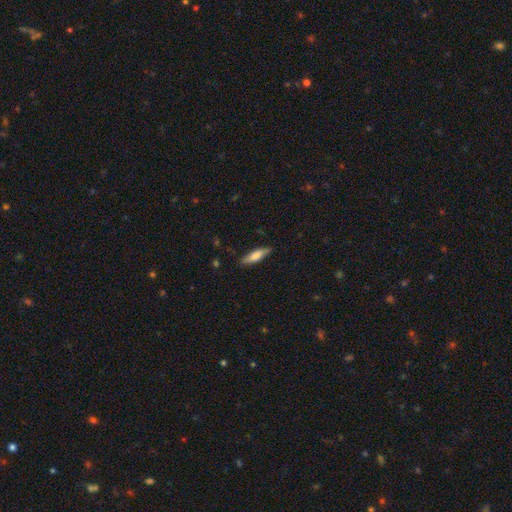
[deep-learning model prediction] Q: Smooth or featured?
A: smooth (70%); runner-up: featured or disk (24%)
Q: How rounded?
A: cigar-shaped (67%); runner-up: in between (31%)
Q: Merging?
A: none (85%); runner-up: minor disturbance (12%)